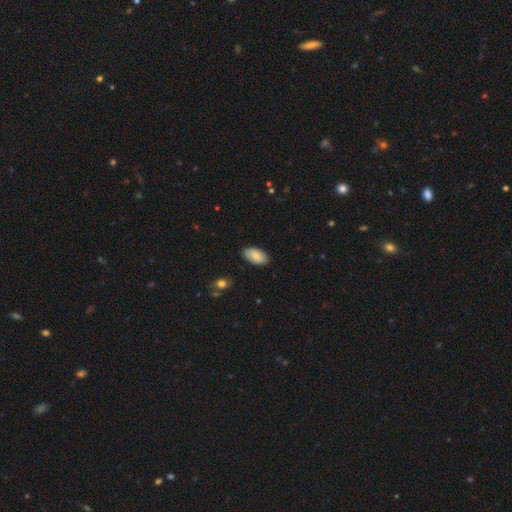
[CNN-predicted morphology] Smooth or featured? Predicted: smooth (p=0.85). How rounded? Predicted: in between (p=0.95). Merging? Predicted: none (p=0.86).